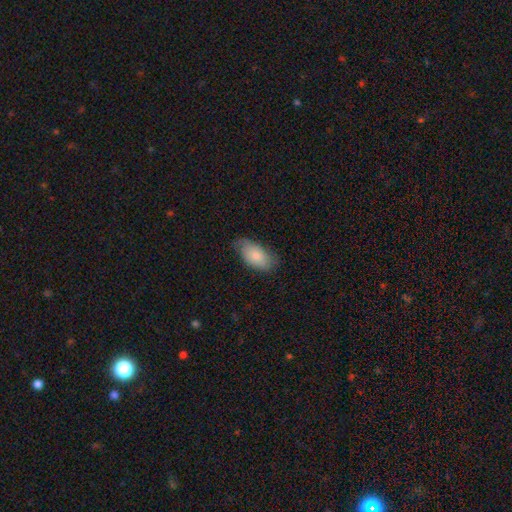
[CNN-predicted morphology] A smooth galaxy with no disk features (75%) that is in between round and cigar-shaped (94%). Merging: none (66%).